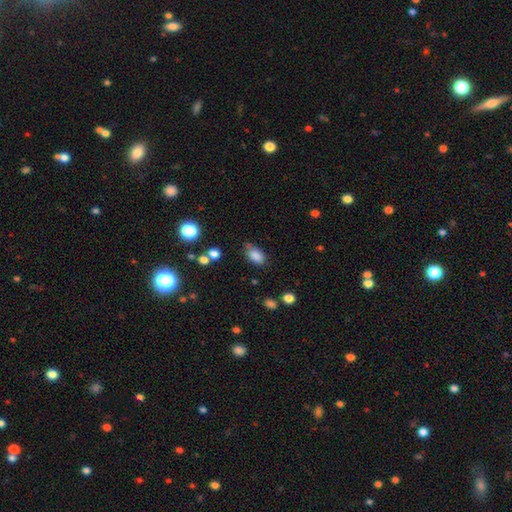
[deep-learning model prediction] Overall: smooth (85%). How rounded: in between (89%). Merging: none (65%).